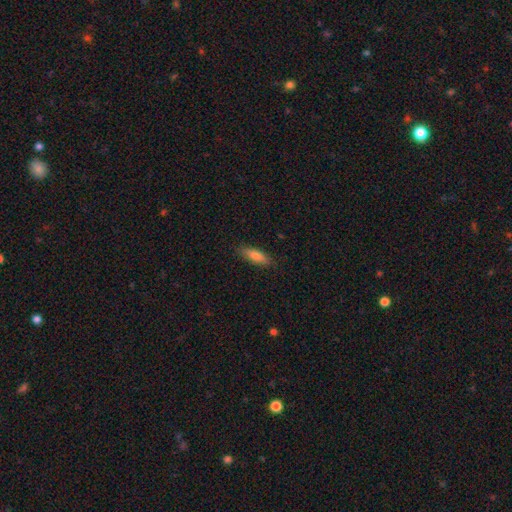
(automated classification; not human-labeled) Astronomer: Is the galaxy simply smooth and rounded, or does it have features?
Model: smooth — 80%.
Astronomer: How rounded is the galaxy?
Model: in between — 56% (runner-up: cigar-shaped, 42%).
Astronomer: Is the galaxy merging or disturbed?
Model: none — 86%.